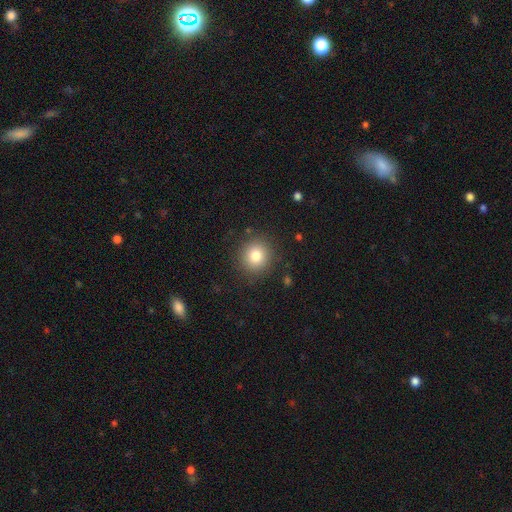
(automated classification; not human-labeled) smooth-or-featured: smooth: 81% | star or artifact: 11% | featured or disk: 8%
  how-rounded: round: 90% | in between: 9% | cigar-shaped: 1%
  merging: none: 88% | minor disturbance: 7% | major disturbance: 3% | merger: 1%